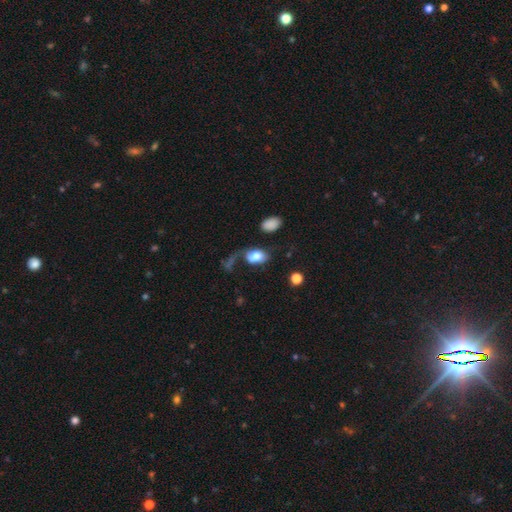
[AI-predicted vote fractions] Smooth or featured: smooth — 71% (featured or disk — 21%)
How rounded: in between — 85% (round — 13%)
Merging: major disturbance — 39% (none — 33%)